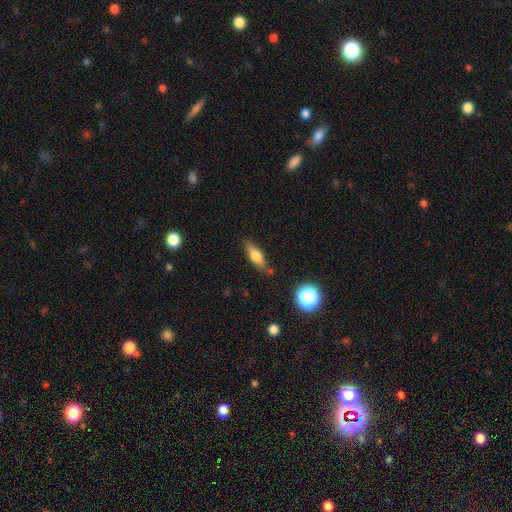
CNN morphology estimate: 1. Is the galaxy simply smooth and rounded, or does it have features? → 65% smooth, 27% featured or disk, 9% star or artifact.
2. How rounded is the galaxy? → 55% in between, 41% cigar-shaped, 4% round.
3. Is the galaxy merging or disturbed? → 78% none, 15% minor disturbance, 4% merger, 4% major disturbance.